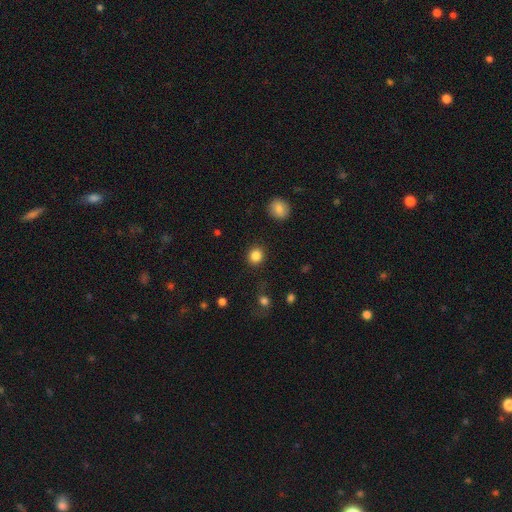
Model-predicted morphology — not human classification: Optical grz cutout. It shows a smooth galaxy with no disk features (85%) that is round (87%). Merging: none (90%).